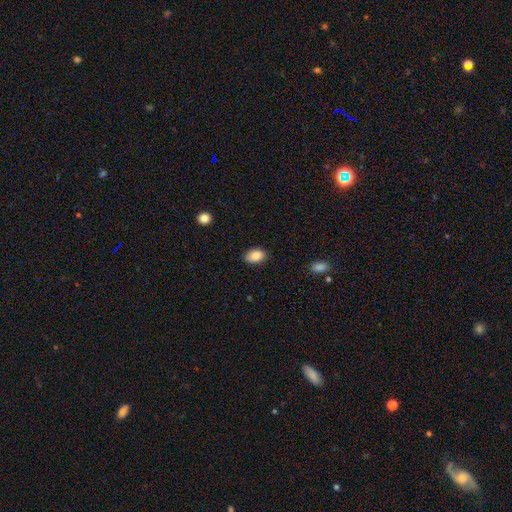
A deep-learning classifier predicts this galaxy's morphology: type=smooth (87%); roundness=in between (88%); merging=none (82%).